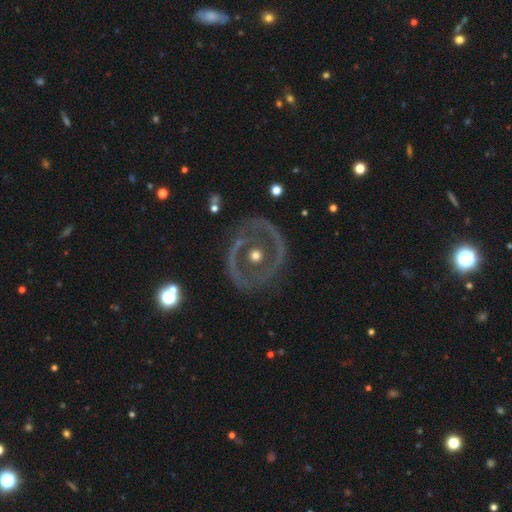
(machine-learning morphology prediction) A featured or disk galaxy (74%) with no bar (85%), no spiral arms (63%) and a moderate central bulge (76%). Merging: none (73%).